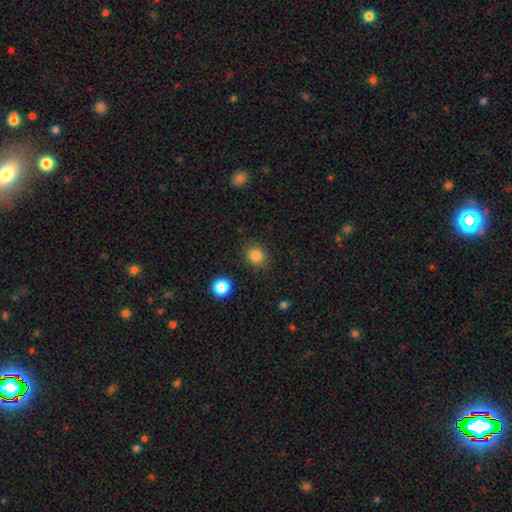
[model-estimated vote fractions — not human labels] Overall: smooth (84%). How rounded: round (70%). Merging: none (87%).